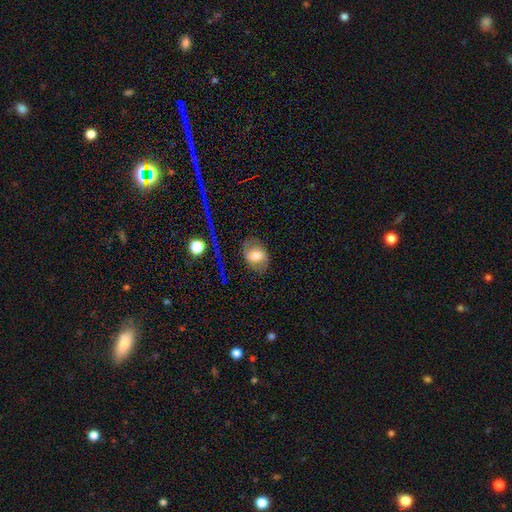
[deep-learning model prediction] A smooth galaxy with no disk features (60%) that is in between round and cigar-shaped (56%).

Vote fractions:
- Smooth or featured? smooth: 60% / featured or disk: 31% / star or artifact: 9%
- How rounded? in between: 56% / round: 42% / cigar-shaped: 1%
- Merging? none: 58% / minor disturbance: 20% / major disturbance: 19% / merger: 3%